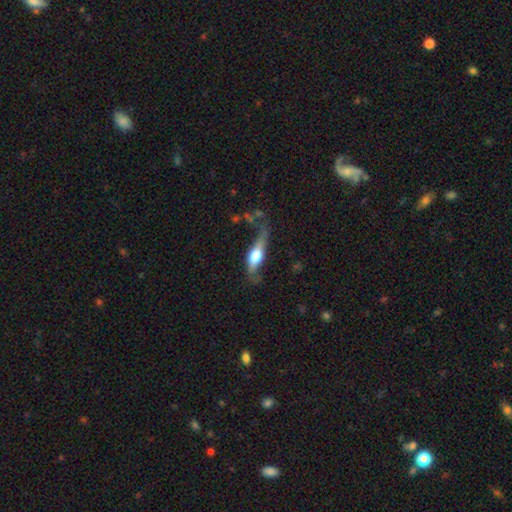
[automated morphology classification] A featured or disk galaxy (50%).

Vote fractions:
- Smooth or featured? featured or disk: 50% / smooth: 44% / star or artifact: 6%
- Merging? none: 36% / major disturbance: 29% / minor disturbance: 29% / merger: 7%